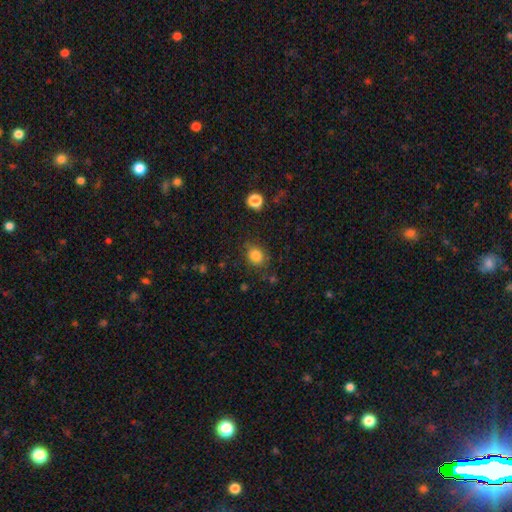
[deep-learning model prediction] This is clearly a smooth galaxy (83%). How rounded: likely round (65%). Merging: likely none (76%).